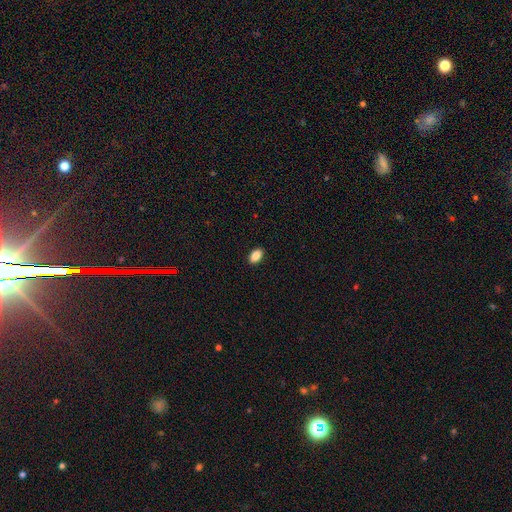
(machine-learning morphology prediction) Smooth or featured?
  - smooth: 87% *
  - star or artifact: 8%
  - featured or disk: 5%
How rounded?
  - in between: 90% *
  - round: 8%
  - cigar-shaped: 2%
Merging?
  - none: 90% *
  - minor disturbance: 7%
  - major disturbance: 2%
  - merger: 1%